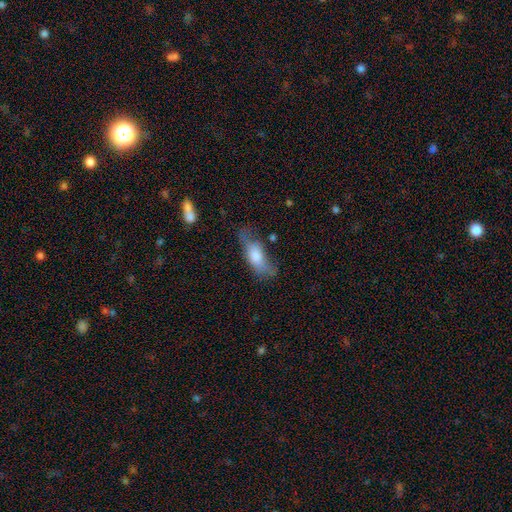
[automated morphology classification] type=smooth (66%); roundness=in between (71%); merging=none (41%).